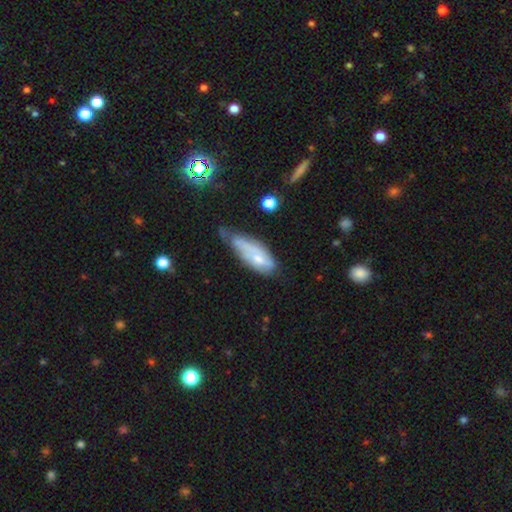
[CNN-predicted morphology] Overall: smooth (54%; featured or disk 38%). How rounded: in between (68%; cigar-shaped 29%). Merging: minor disturbance (41%; none 26%).